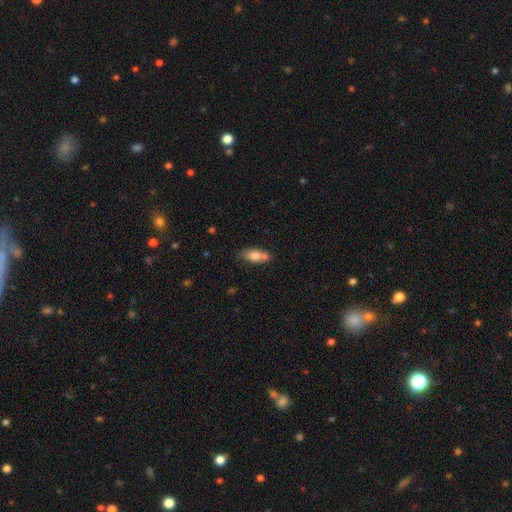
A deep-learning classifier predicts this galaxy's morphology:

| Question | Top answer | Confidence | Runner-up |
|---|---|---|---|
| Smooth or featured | smooth | 78% | featured or disk (14%) |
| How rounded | in between | 78% | cigar-shaped (18%) |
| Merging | none | 55% | merger (22%) |